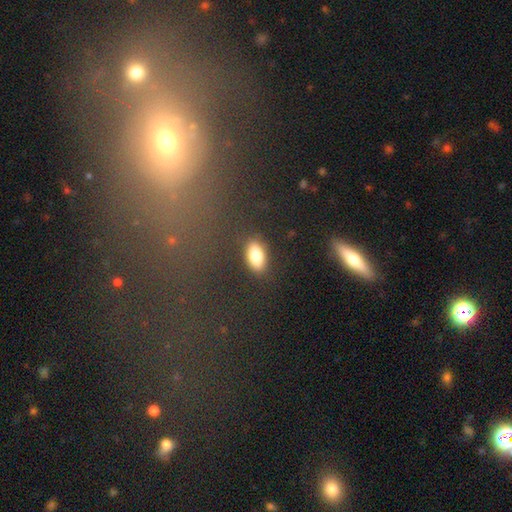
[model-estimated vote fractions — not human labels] This is clearly a smooth galaxy (82%). How rounded: clearly in between (89%). Merging: clearly none (85%).